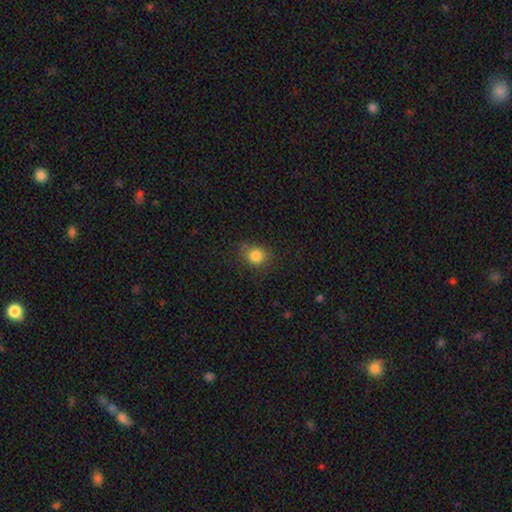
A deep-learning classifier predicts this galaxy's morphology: Smooth or featured?
  - smooth: 82% *
  - star or artifact: 12%
  - featured or disk: 6%
How rounded?
  - round: 72% *
  - in between: 27%
  - cigar-shaped: 1%
Merging?
  - none: 80% *
  - minor disturbance: 14%
  - major disturbance: 4%
  - merger: 1%